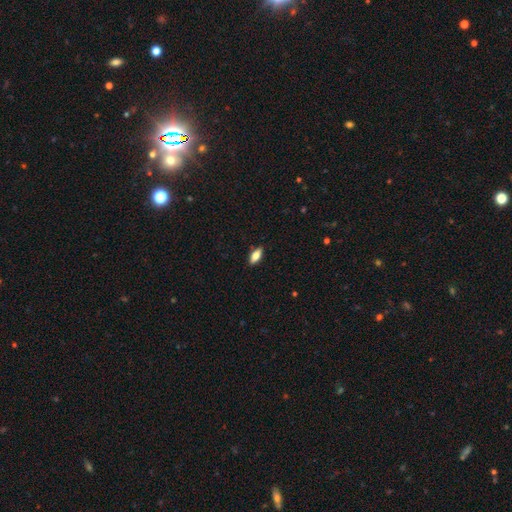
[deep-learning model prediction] The model was most divided on "smooth or featured": smooth: 71%, featured or disk: 22%, star or artifact: 7%. More confident: merging — none (88%); how rounded — in between (81%).